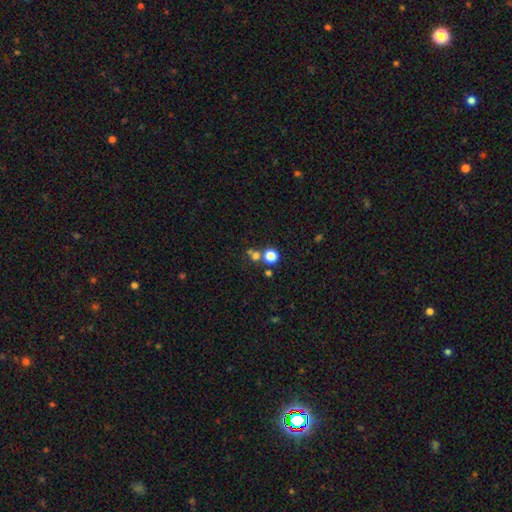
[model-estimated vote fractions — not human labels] Smooth or featured? Predicted: smooth (p=0.68). How rounded? Predicted: round (p=0.89). Merging? Predicted: none (p=0.61).